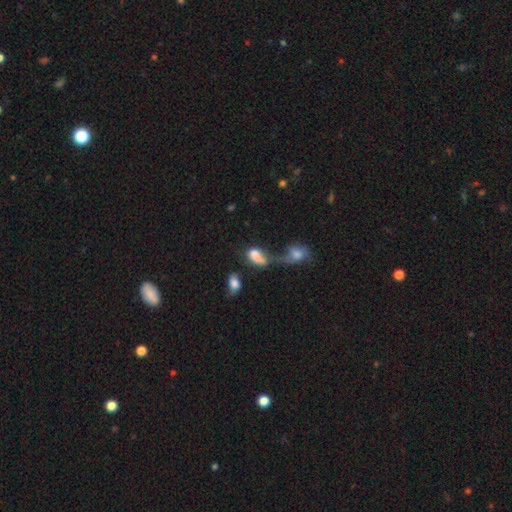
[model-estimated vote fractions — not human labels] Smooth or featured? smooth (69%)
How rounded? in between (83%)
Merging? merger (58%)